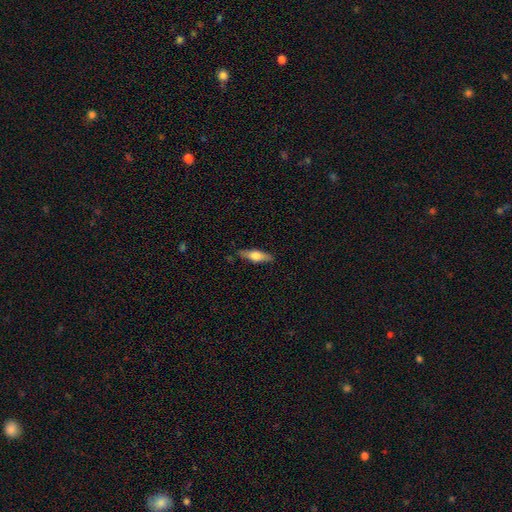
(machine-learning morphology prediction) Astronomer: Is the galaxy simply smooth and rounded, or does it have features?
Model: smooth — 55% (runner-up: featured or disk, 39%).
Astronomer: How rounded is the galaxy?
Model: cigar-shaped — 52% (runner-up: in between, 46%).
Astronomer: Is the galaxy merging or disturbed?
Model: none — 83%.